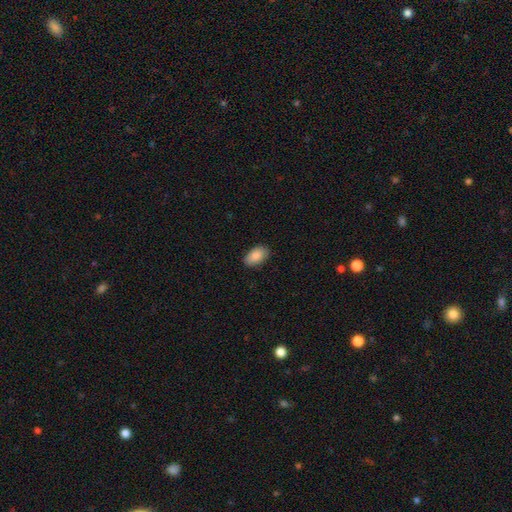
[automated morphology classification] Smooth or featured: smooth — 88% (star or artifact — 7%)
How rounded: in between — 94% (round — 5%)
Merging: none — 86% (minor disturbance — 11%)